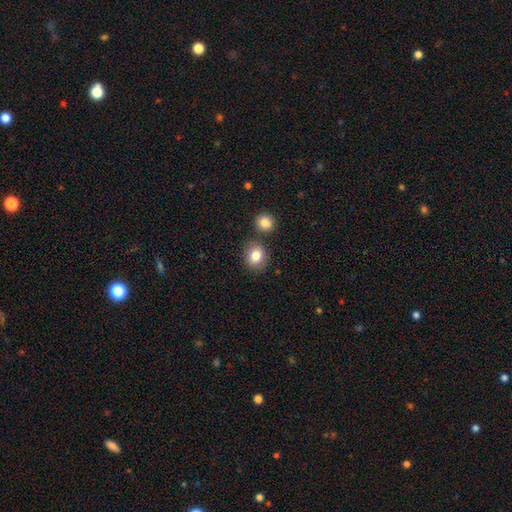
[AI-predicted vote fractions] Smooth or featured: smooth — 83% (star or artifact — 10%)
How rounded: round — 74% (in between — 25%)
Merging: none — 76% (merger — 12%)